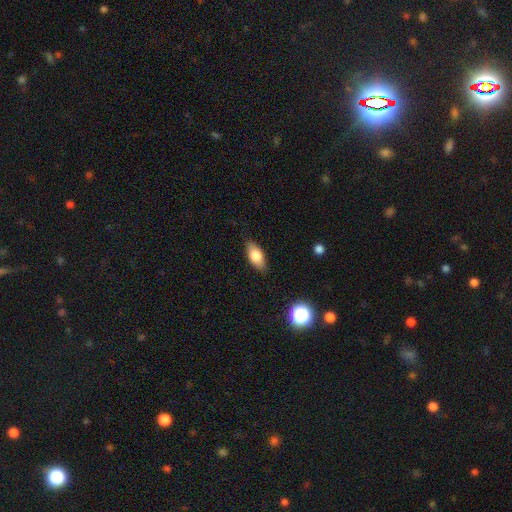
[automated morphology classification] The model was most divided on "smooth or featured": smooth: 75%, featured or disk: 18%, star or artifact: 7%. More confident: how rounded — in between (85%); merging — none (85%).